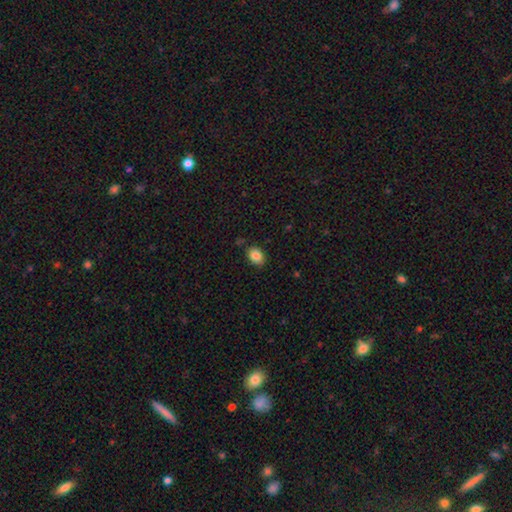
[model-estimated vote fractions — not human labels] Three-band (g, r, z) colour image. It shows a smooth galaxy with no disk features (85%) that is in between round and cigar-shaped (76%). Merging: none (84%).